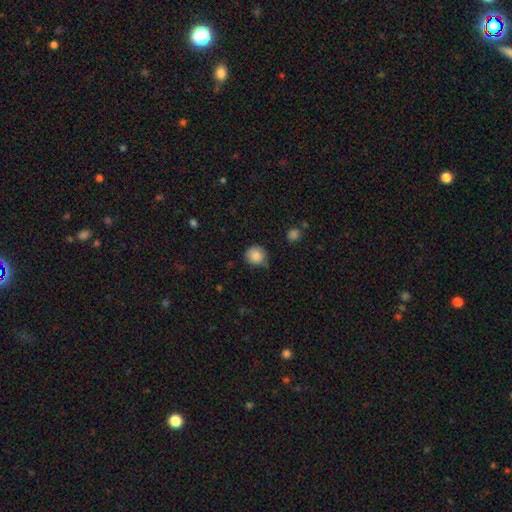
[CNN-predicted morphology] A smooth galaxy with no disk features (86%) that is round (88%). Merging: none (68%).